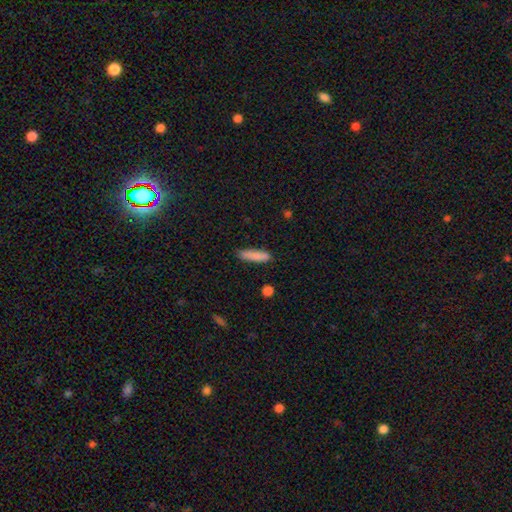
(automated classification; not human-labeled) This appears to be a smooth galaxy with no disk features (84%) that is cigar-shaped (74%). Merging: none (83%).